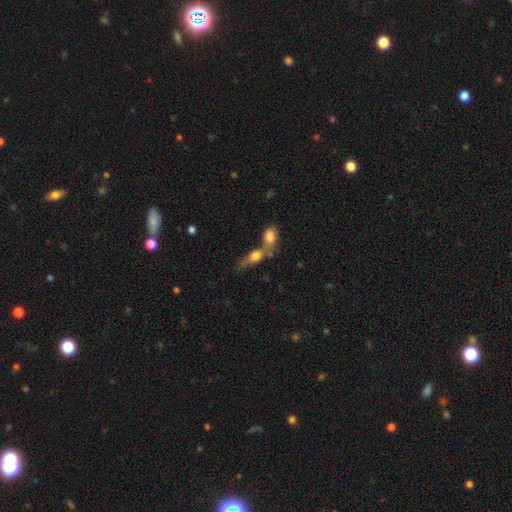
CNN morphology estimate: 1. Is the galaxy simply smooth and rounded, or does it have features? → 69% smooth, 23% featured or disk, 9% star or artifact.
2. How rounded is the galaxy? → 68% in between, 22% cigar-shaped, 10% round.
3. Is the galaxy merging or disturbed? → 63% merger, 25% none, 8% minor disturbance, 5% major disturbance.